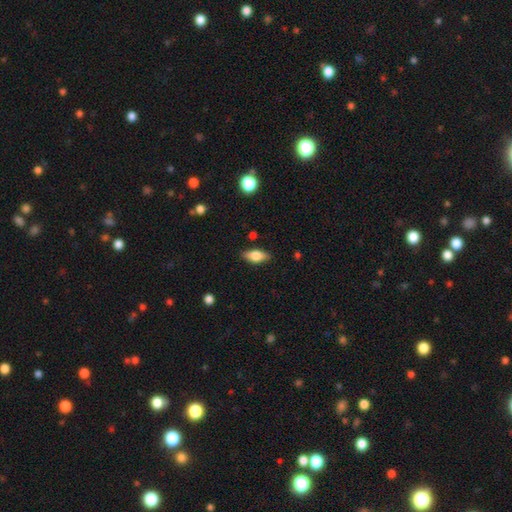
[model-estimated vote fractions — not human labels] Smooth or featured? smooth (67%)
How rounded? in between (81%)
Merging? none (85%)